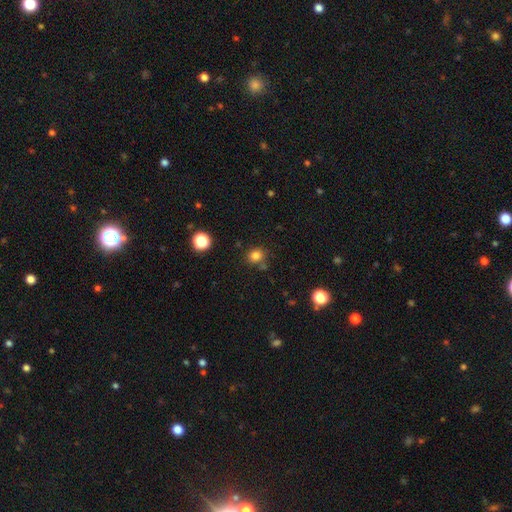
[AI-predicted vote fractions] Q: Smooth or featured?
A: smooth (81%); runner-up: star or artifact (14%)
Q: How rounded?
A: round (81%); runner-up: in between (18%)
Q: Merging?
A: none (76%); runner-up: minor disturbance (12%)